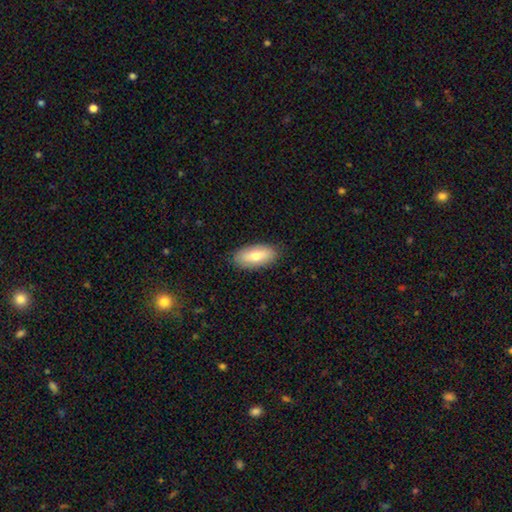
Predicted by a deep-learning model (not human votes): The model was most divided on "smooth or featured": smooth: 74%, featured or disk: 20%, star or artifact: 6%. More confident: how rounded — in between (89%); merging — none (86%).